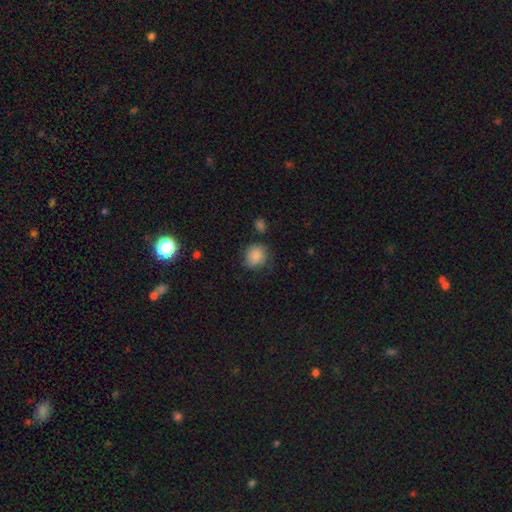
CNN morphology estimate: Smooth or featured? smooth (85%)
How rounded? round (74%)
Merging? none (67%)